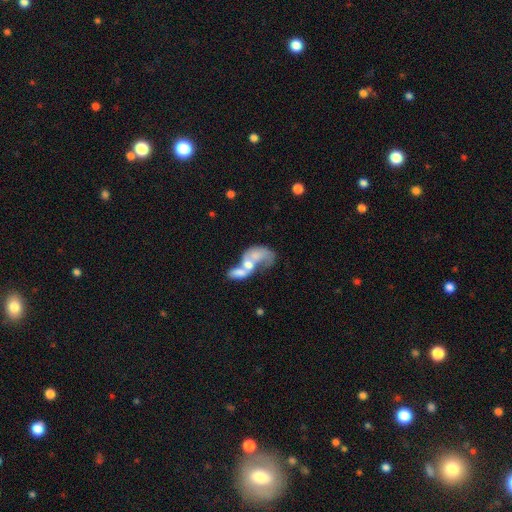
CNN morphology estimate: smooth-or-featured: featured or disk: 49% | smooth: 42% | star or artifact: 9%
  merging: merger: 76% | major disturbance: 13% | none: 6% | minor disturbance: 4%